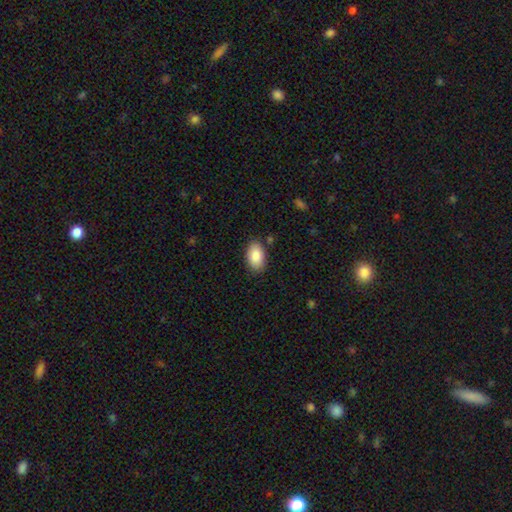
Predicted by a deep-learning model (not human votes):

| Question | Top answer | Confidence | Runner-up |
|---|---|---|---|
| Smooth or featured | smooth | 88% | star or artifact (6%) |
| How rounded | in between | 93% | round (6%) |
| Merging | none | 84% | minor disturbance (11%) |